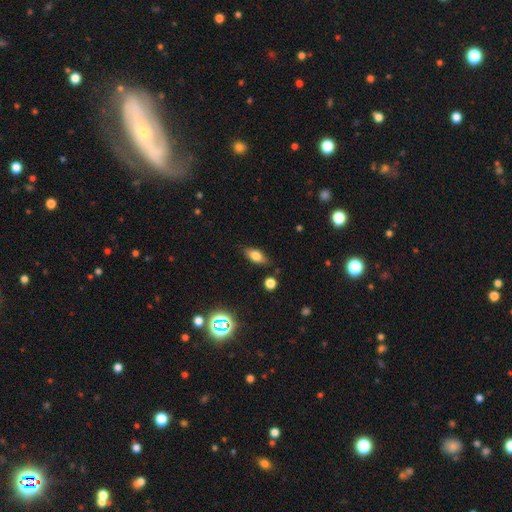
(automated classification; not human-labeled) Overall: smooth (73%). How rounded: in between (82%). Merging: none (83%).